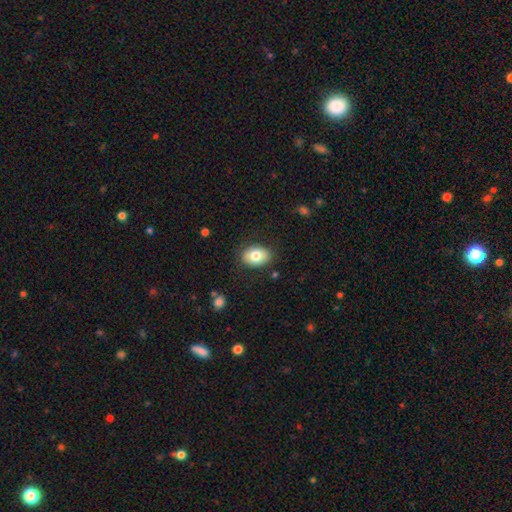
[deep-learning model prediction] Q: Smooth or featured?
A: smooth (80%); runner-up: featured or disk (13%)
Q: How rounded?
A: in between (79%); runner-up: round (20%)
Q: Merging?
A: none (84%); runner-up: minor disturbance (11%)